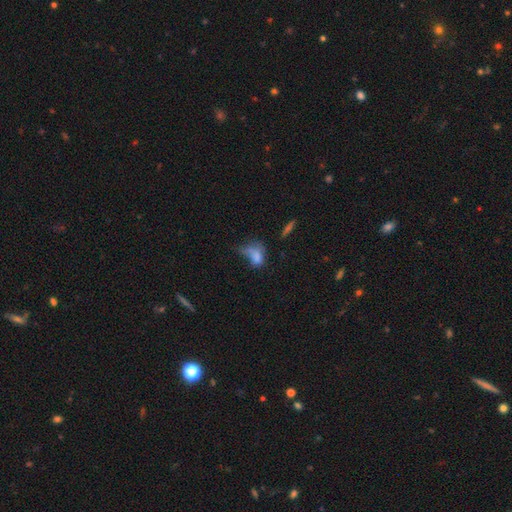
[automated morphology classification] A smooth galaxy with no disk features (67%) that is in between round and cigar-shaped (79%).

Vote fractions:
- Smooth or featured? smooth: 67% / featured or disk: 19% / star or artifact: 13%
- How rounded? in between: 79% / round: 17% / cigar-shaped: 4%
- Merging? major disturbance: 42% / minor disturbance: 23% / none: 22% / merger: 13%